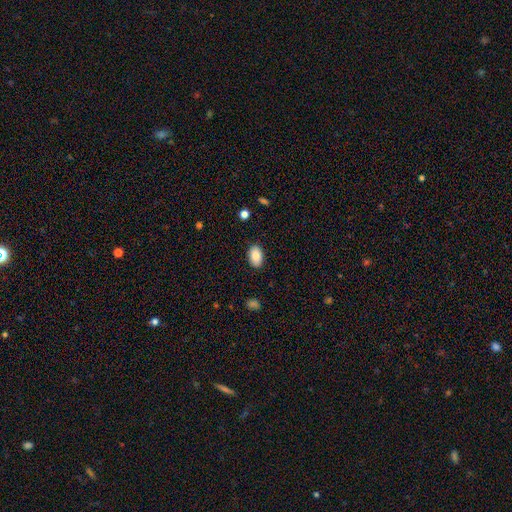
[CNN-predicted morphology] Overall: smooth (84%). How rounded: in between (91%). Merging: none (88%).